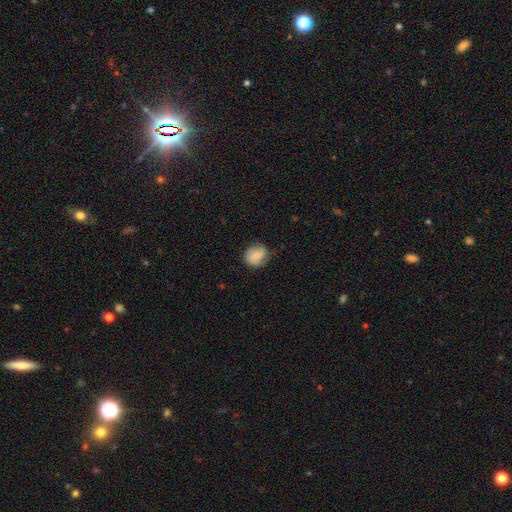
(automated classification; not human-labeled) A smooth galaxy with no disk features (62%) that is round (67%).

Vote fractions:
- Smooth or featured? smooth: 62% / featured or disk: 31% / star or artifact: 8%
- How rounded? round: 67% / in between: 32% / cigar-shaped: 1%
- Merging? none: 62% / minor disturbance: 27% / major disturbance: 10% / merger: 1%